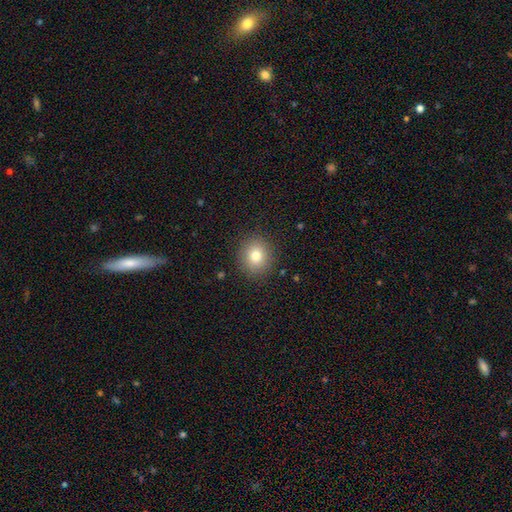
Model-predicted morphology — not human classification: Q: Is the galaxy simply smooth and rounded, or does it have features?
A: smooth — 79%.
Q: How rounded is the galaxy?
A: round — 82%.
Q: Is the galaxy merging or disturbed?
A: none — 89%.